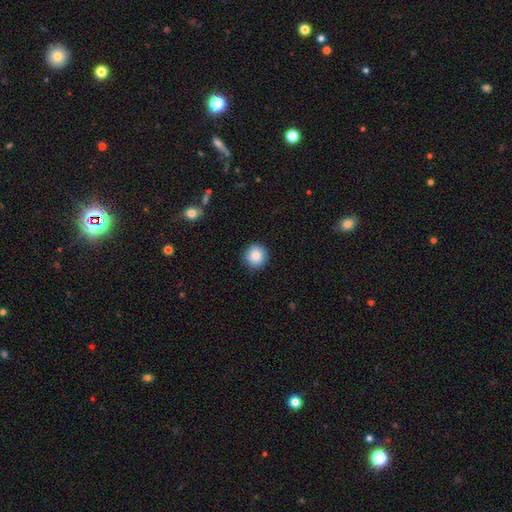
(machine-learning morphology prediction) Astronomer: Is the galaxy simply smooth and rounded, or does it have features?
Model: smooth — 86%.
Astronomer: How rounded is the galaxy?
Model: round — 93%.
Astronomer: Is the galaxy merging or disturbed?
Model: none — 89%.